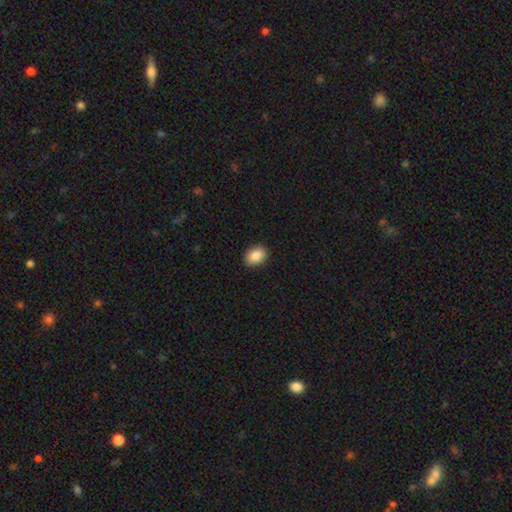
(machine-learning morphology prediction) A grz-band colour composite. It shows a smooth galaxy with no disk features (89%) that is in between round and cigar-shaped (71%). Merging: none (90%).